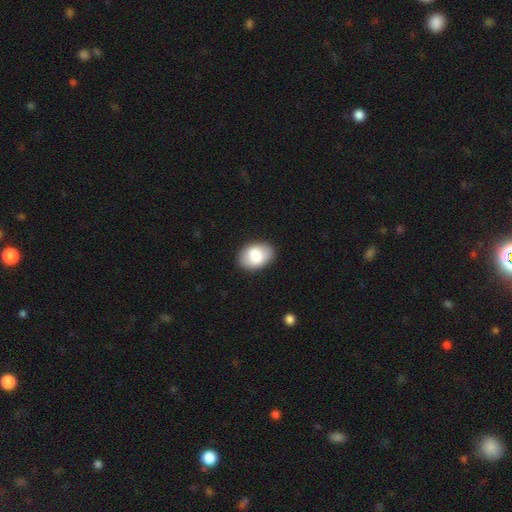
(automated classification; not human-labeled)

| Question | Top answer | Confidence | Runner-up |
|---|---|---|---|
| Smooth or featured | smooth | 82% | featured or disk (11%) |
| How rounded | in between | 86% | round (13%) |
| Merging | none | 87% | minor disturbance (10%) |